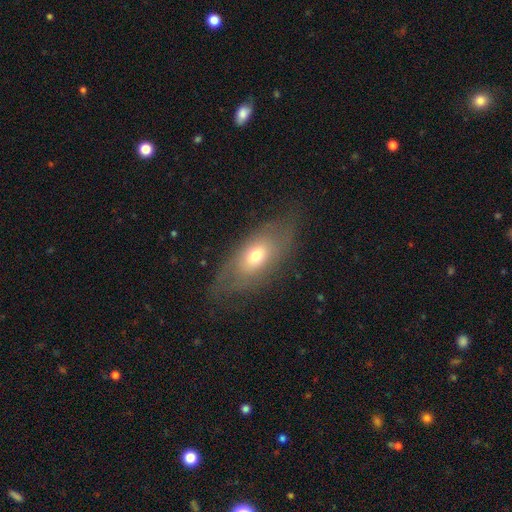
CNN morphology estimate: A featured or disk galaxy (46%). Merging: none (75%).